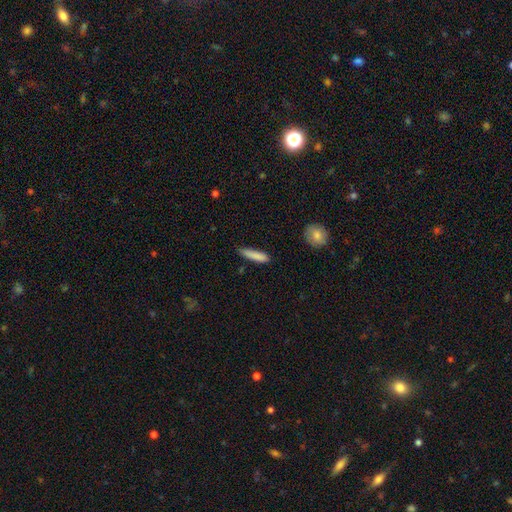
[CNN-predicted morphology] Smooth or featured? smooth (85%)
How rounded? cigar-shaped (85%)
Merging? none (79%)